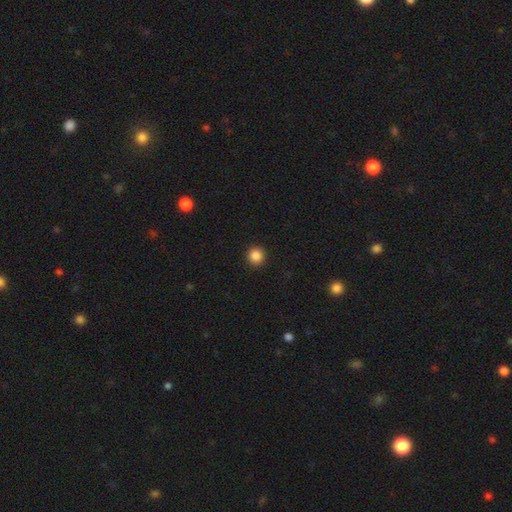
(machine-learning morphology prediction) This appears to be a smooth galaxy with no disk features (86%) that is round (95%). Merging: none (93%).